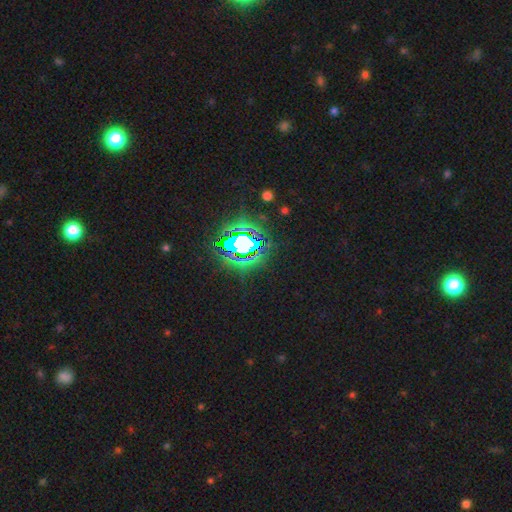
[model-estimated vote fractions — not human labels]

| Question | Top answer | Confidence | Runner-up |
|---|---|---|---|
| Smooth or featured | star or artifact | 85% | smooth (9%) |